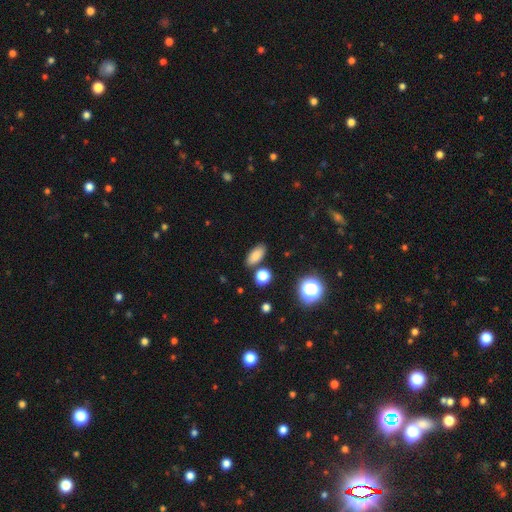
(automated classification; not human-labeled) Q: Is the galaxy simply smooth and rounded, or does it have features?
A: smooth — 80%.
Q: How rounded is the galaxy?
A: in between — 86%.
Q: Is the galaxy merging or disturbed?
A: none — 81%.